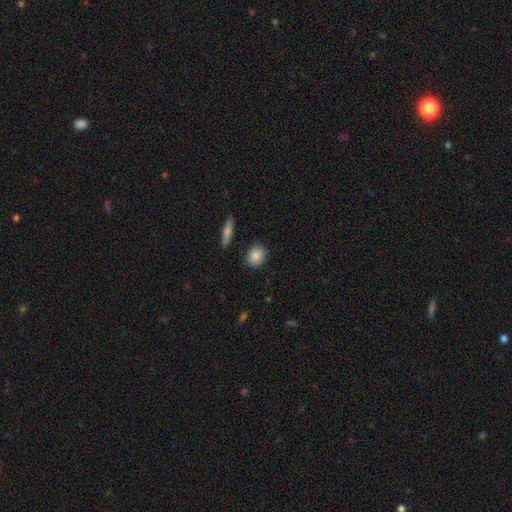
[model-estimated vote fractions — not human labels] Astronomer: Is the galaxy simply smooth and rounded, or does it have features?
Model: smooth — 87%.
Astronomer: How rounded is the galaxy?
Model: round — 64%.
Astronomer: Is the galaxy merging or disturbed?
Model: none — 83%.